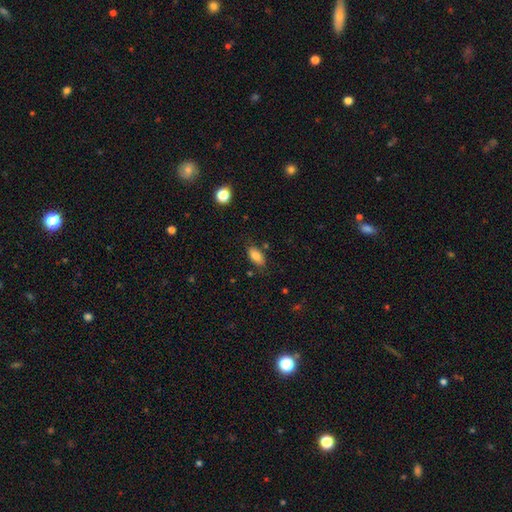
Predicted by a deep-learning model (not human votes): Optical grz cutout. It shows a smooth galaxy with no disk features (82%) that is in between round and cigar-shaped (91%). Merging: none (77%).